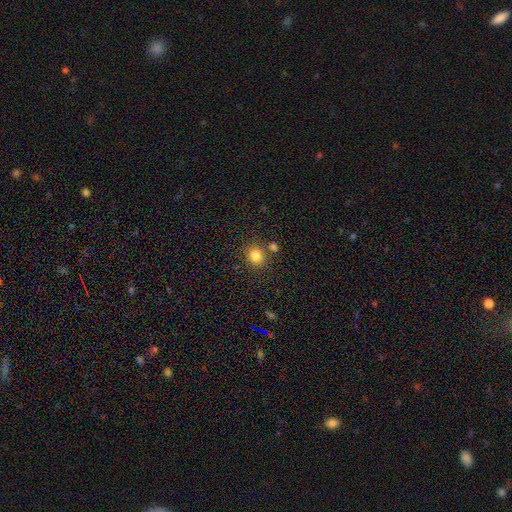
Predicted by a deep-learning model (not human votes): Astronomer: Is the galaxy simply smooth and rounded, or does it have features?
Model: smooth — 82%.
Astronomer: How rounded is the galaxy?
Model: round — 82%.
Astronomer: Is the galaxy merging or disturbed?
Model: none — 74%.